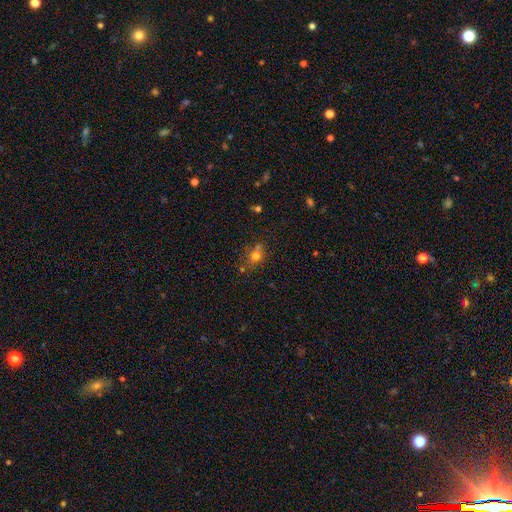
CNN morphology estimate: type=smooth (68%); roundness=round (58%); merging=none (56%).